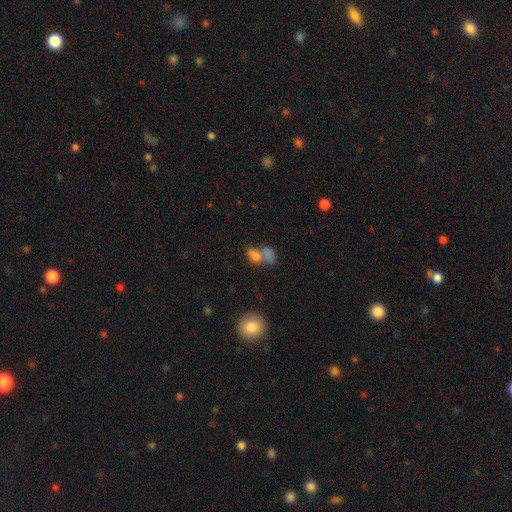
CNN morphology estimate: type=smooth (75%); roundness=in between (72%); merging=merger (60%).